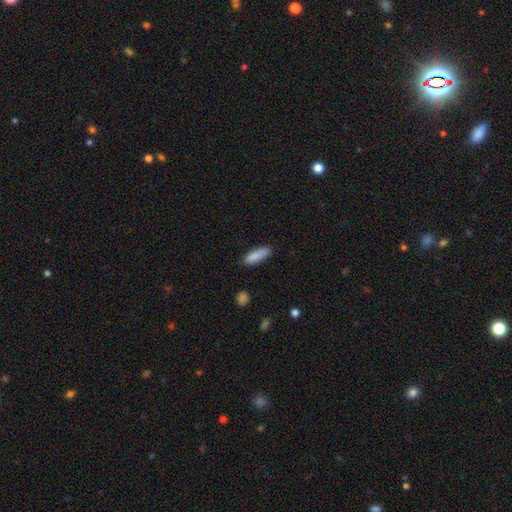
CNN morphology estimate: smooth_or_featured: smooth (p=0.88) [alt: star or artifact p=0.07]
how_rounded: cigar-shaped (p=0.53) [alt: in between p=0.46]
merging: none (p=0.84) [alt: minor disturbance p=0.12]